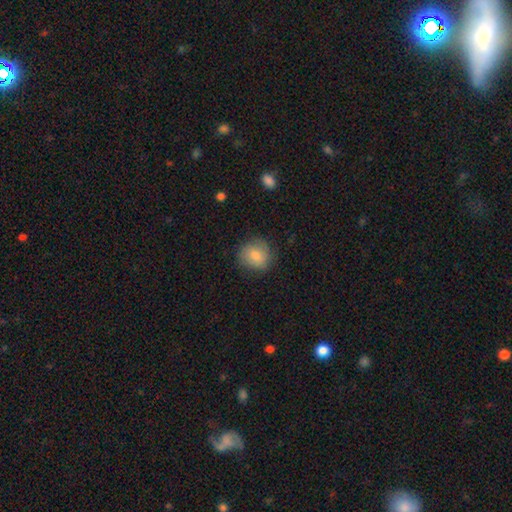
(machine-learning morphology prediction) Smooth or featured: smooth — 81% (featured or disk — 11%)
How rounded: round — 82% (in between — 17%)
Merging: none — 78% (minor disturbance — 16%)